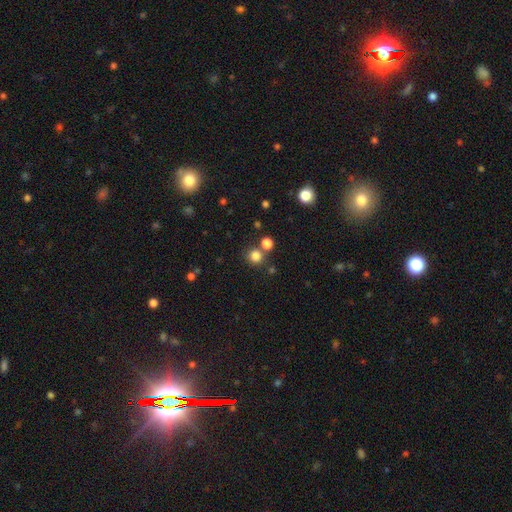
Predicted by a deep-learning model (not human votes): Smooth or featured? smooth (80%)
How rounded? round (91%)
Merging? none (73%)